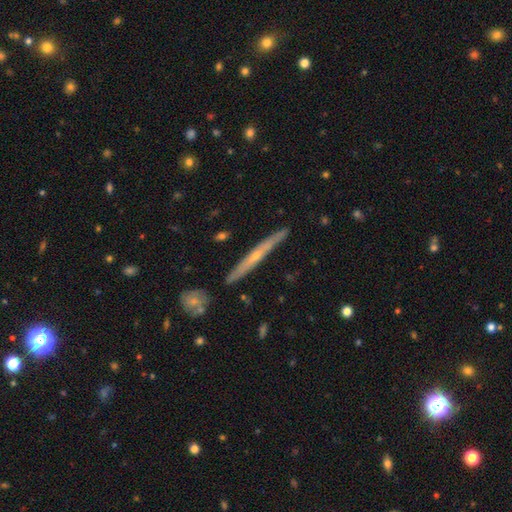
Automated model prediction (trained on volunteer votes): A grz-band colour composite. It shows a featured or disk galaxy (68%) viewed edge-on (96%) with a rounded central bulge (61%). Merging: none (89%).